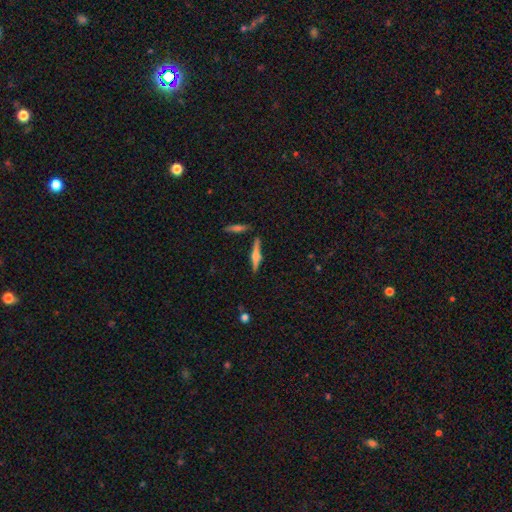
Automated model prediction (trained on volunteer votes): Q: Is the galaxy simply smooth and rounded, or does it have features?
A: featured or disk — 63%.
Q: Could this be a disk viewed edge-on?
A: yes — 97%.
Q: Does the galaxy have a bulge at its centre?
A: rounded — 76%.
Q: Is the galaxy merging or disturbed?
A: none — 84%.